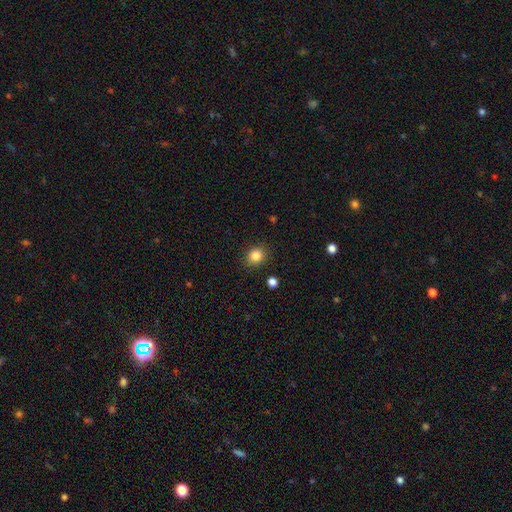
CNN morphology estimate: A smooth galaxy with no disk features (85%) that is round (73%).

Vote fractions:
- Smooth or featured? smooth: 85% / star or artifact: 11% / featured or disk: 4%
- How rounded? round: 73% / in between: 26% / cigar-shaped: 1%
- Merging? none: 89% / minor disturbance: 7% / major disturbance: 2% / merger: 2%